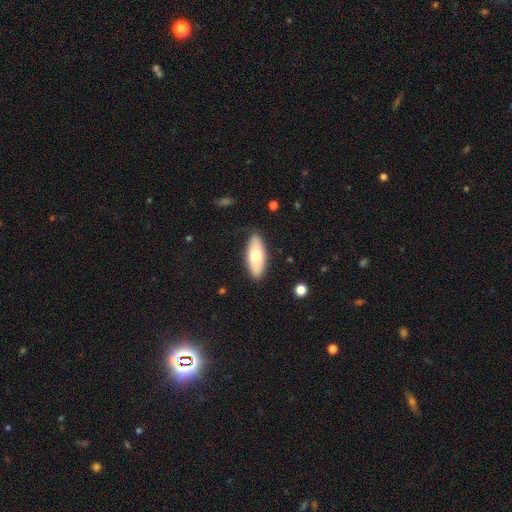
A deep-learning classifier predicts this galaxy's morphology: This is likely a smooth galaxy (69%). How rounded: likely in between (77%). Merging: clearly none (84%).